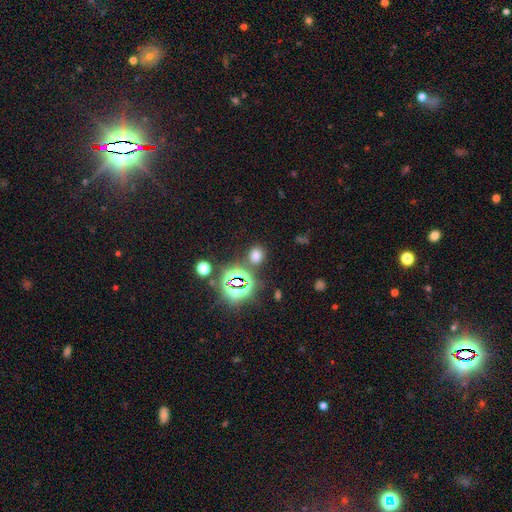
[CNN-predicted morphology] Overall: smooth (60%; star or artifact 34%). How rounded: round (63%; in between 35%). Merging: none (80%).